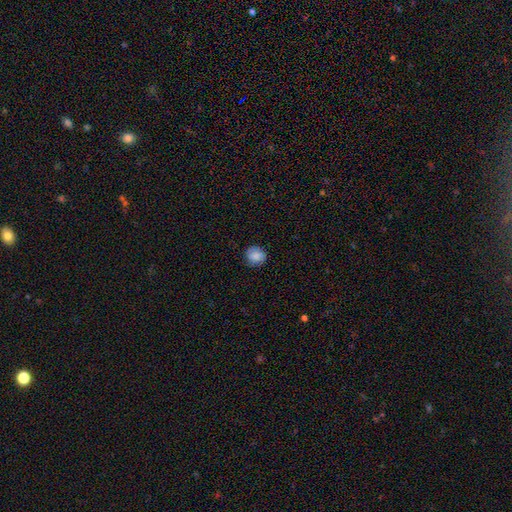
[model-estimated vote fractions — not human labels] Smooth or featured: smooth — 77% (featured or disk — 15%)
How rounded: round — 76% (in between — 23%)
Merging: none — 81% (minor disturbance — 15%)